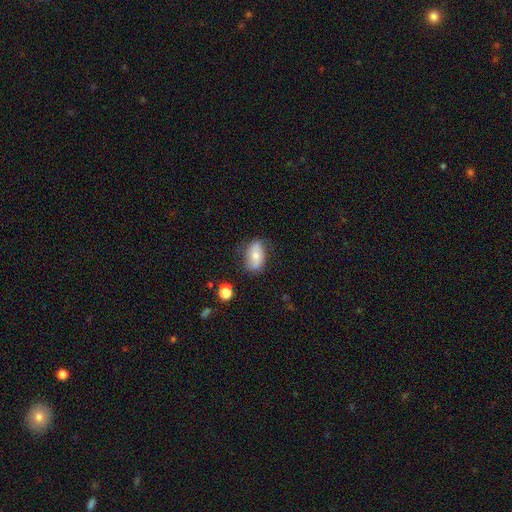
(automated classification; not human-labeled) This appears to be a smooth galaxy with no disk features (65%) that is in between round and cigar-shaped (90%). Merging: none (69%).